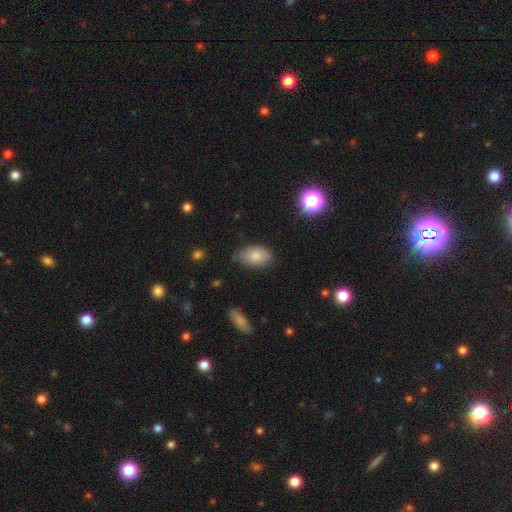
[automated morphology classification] A smooth galaxy with no disk features (80%) that is in between round and cigar-shaped (90%).

Vote fractions:
- Smooth or featured? smooth: 80% / featured or disk: 12% / star or artifact: 8%
- How rounded? in between: 90% / round: 8% / cigar-shaped: 2%
- Merging? none: 73% / minor disturbance: 21% / major disturbance: 4% / merger: 2%